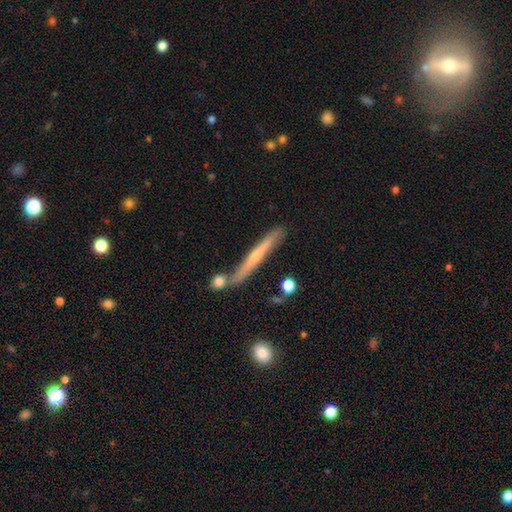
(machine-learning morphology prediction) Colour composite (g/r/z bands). It shows a featured or disk galaxy (59%) viewed edge-on (94%) with no central bulge (49%). Merging: none (73%).